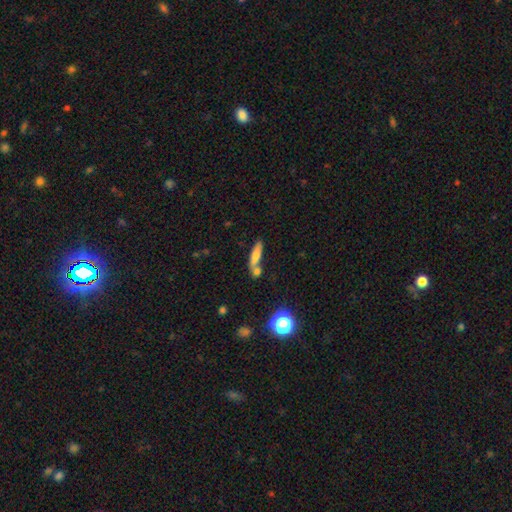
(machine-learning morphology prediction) Smooth or featured? smooth (70%)
How rounded? cigar-shaped (70%)
Merging? none (50%)